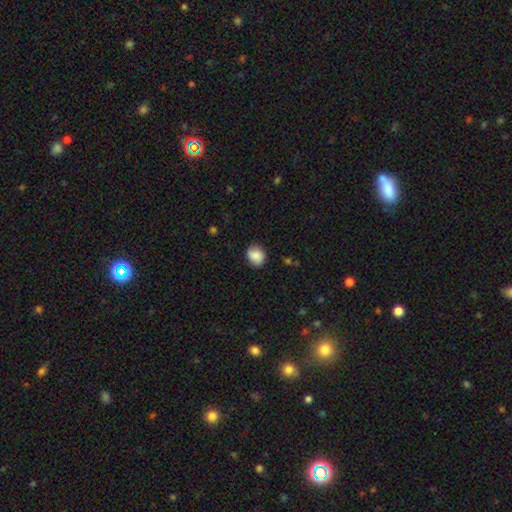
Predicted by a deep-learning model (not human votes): smooth-or-featured: smooth: 85% | star or artifact: 8% | featured or disk: 7%
  how-rounded: round: 65% | in between: 34% | cigar-shaped: 1%
  merging: none: 81% | minor disturbance: 15% | major disturbance: 3% | merger: 1%